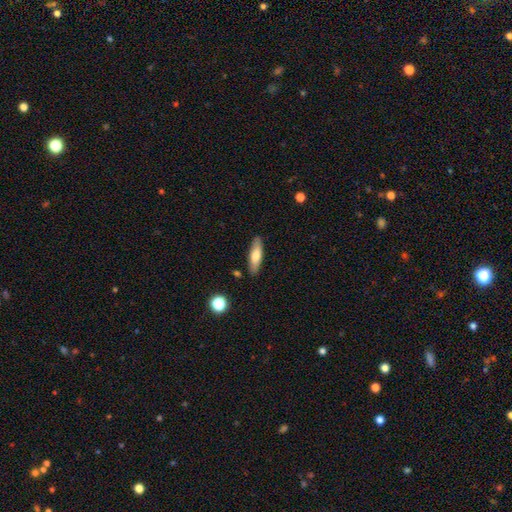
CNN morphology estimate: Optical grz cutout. It shows a smooth galaxy with no disk features (68%) that is cigar-shaped (61%). Merging: none (85%).